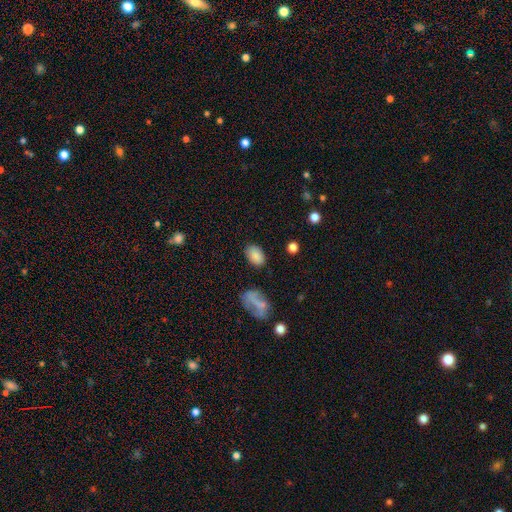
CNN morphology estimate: smooth_or_featured: smooth (p=0.85) [alt: star or artifact p=0.09]
how_rounded: in between (p=0.88) [alt: round p=0.11]
merging: none (p=0.80) [alt: minor disturbance p=0.13]